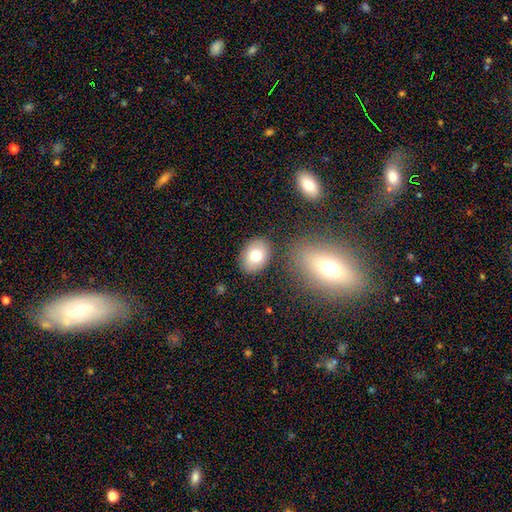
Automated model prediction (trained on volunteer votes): smooth_or_featured: smooth (p=0.78) [alt: featured or disk p=0.14]
how_rounded: in between (p=0.70) [alt: round p=0.29]
merging: none (p=0.81) [alt: minor disturbance p=0.11]